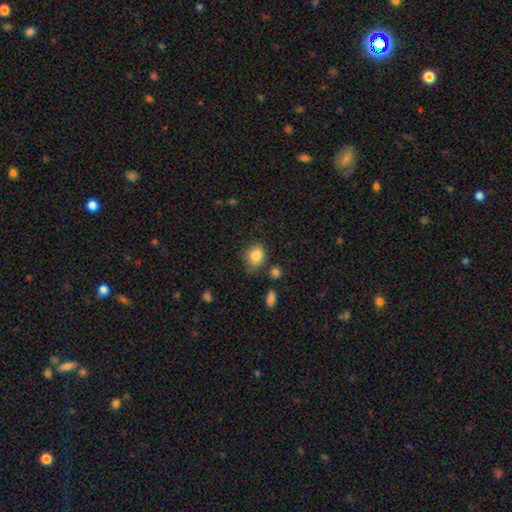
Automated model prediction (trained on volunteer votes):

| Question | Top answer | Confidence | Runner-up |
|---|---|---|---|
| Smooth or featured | smooth | 84% | star or artifact (9%) |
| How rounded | in between | 52% | round (47%) |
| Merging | none | 67% | minor disturbance (23%) |